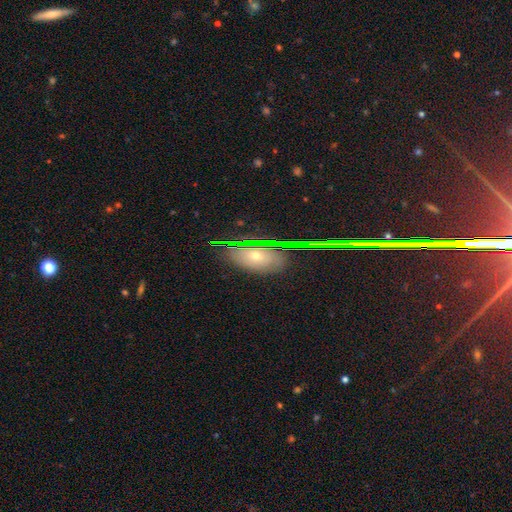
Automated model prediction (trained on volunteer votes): This appears to be a smooth galaxy with no disk features (46%). Merging: none (82%).